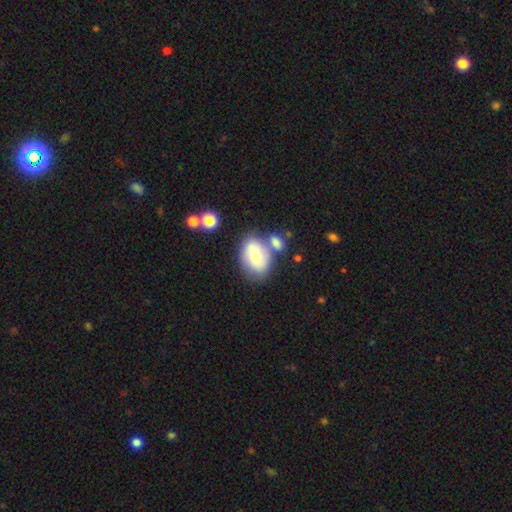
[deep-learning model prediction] This appears to be a smooth galaxy with no disk features (59%) that is in between round and cigar-shaped (74%). Merging: none (48%).